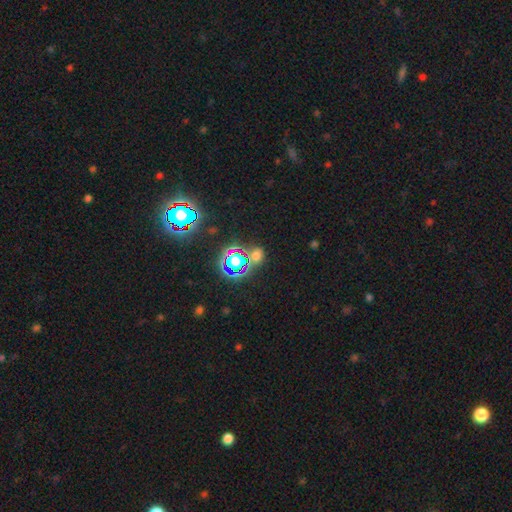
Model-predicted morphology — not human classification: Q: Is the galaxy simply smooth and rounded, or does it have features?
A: star or artifact — 47%.